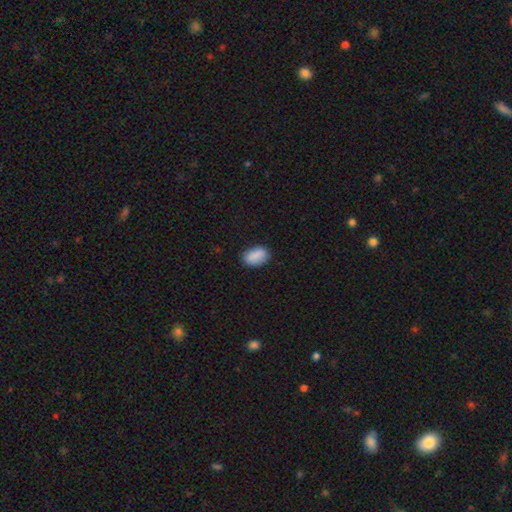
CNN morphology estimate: Q: Smooth or featured?
A: smooth (88%); runner-up: star or artifact (7%)
Q: How rounded?
A: in between (89%); runner-up: round (9%)
Q: Merging?
A: none (84%); runner-up: minor disturbance (12%)